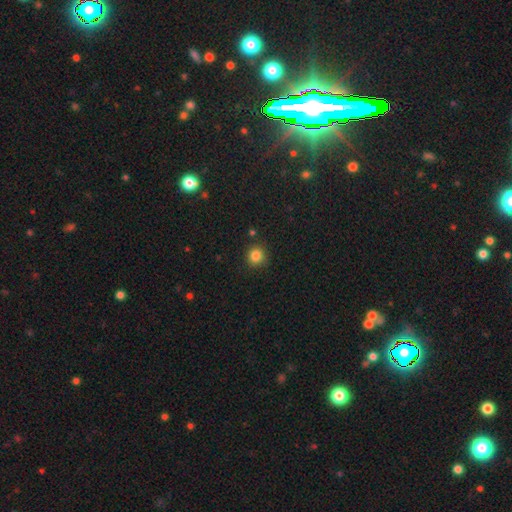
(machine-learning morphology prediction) A smooth galaxy with no disk features (84%) that is round (93%).

Vote fractions:
- Smooth or featured? smooth: 84% / star or artifact: 12% / featured or disk: 4%
- How rounded? round: 93% / in between: 6% / cigar-shaped: 1%
- Merging? none: 89% / minor disturbance: 7% / merger: 2% / major disturbance: 2%